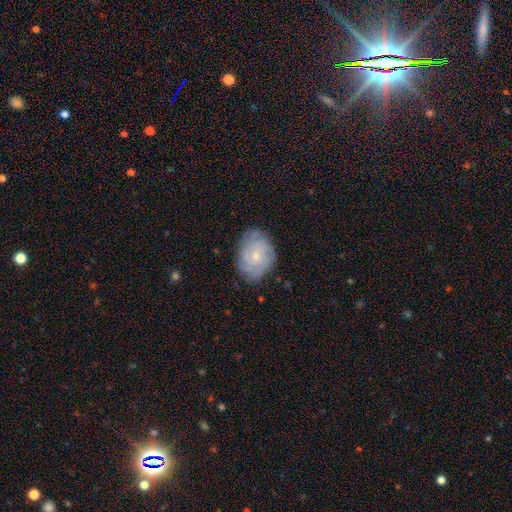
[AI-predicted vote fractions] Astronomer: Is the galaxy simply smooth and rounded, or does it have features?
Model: featured or disk — 62%.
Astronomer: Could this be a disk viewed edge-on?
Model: no — 97%.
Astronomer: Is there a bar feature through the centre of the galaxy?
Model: no — 80%.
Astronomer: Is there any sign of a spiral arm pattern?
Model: yes — 85%.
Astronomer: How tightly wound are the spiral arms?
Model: tight — 65%.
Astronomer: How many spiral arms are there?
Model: can't tell — 52%.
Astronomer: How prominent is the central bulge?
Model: small — 67%.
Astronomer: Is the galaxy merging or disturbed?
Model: none — 77%.